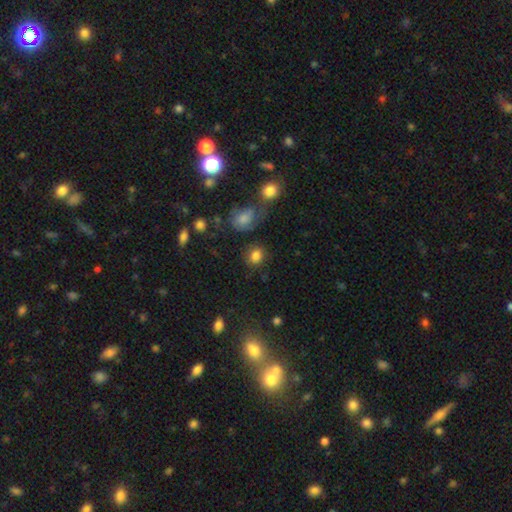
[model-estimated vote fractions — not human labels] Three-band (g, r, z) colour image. It shows a smooth galaxy with no disk features (82%) that is round (69%). Merging: none (70%).